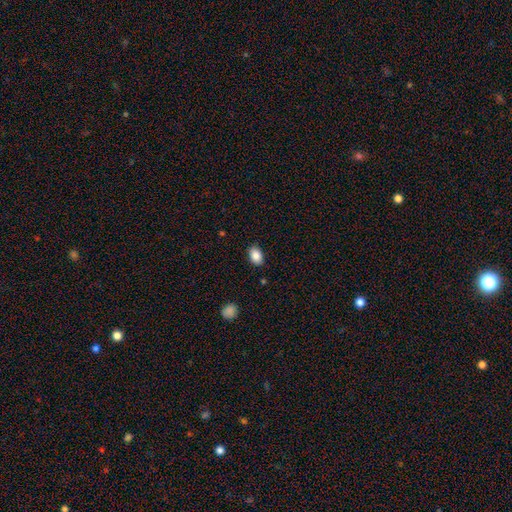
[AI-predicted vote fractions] smooth_or_featured: smooth (p=0.87) [alt: star or artifact p=0.08]
how_rounded: in between (p=0.84) [alt: round p=0.14]
merging: none (p=0.86) [alt: minor disturbance p=0.10]